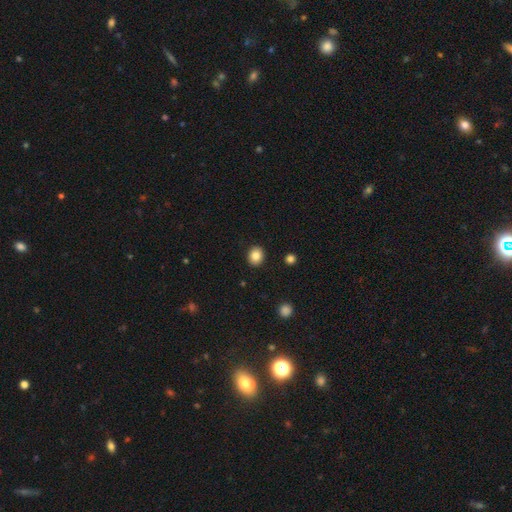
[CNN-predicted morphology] Overall: smooth (85%). How rounded: round (68%; in between 32%). Merging: none (91%).